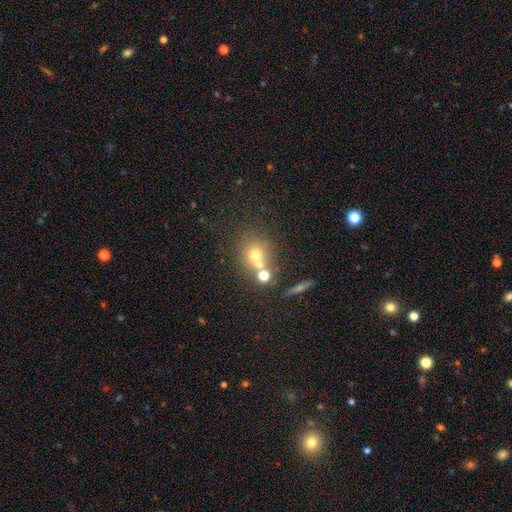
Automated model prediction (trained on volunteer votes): A smooth galaxy with no disk features (61%) that is round (77%). Merging: none (48%).